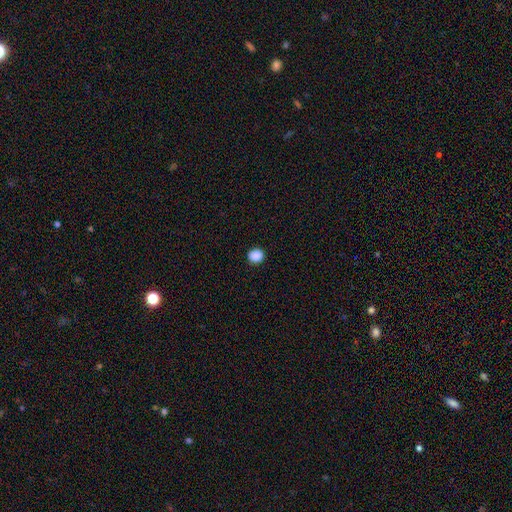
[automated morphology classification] Smooth or featured? Predicted: smooth (p=0.88). How rounded? Predicted: round (p=0.85). Merging? Predicted: none (p=0.92).